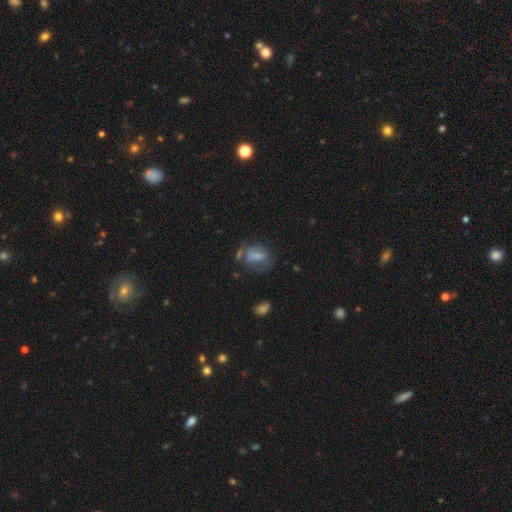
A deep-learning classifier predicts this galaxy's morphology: Smooth or featured?
  - smooth: 58% *
  - featured or disk: 31%
  - star or artifact: 12%
How rounded?
  - in between: 68% *
  - round: 29%
  - cigar-shaped: 4%
Merging?
  - none: 40% *
  - minor disturbance: 25%
  - major disturbance: 25%
  - merger: 10%